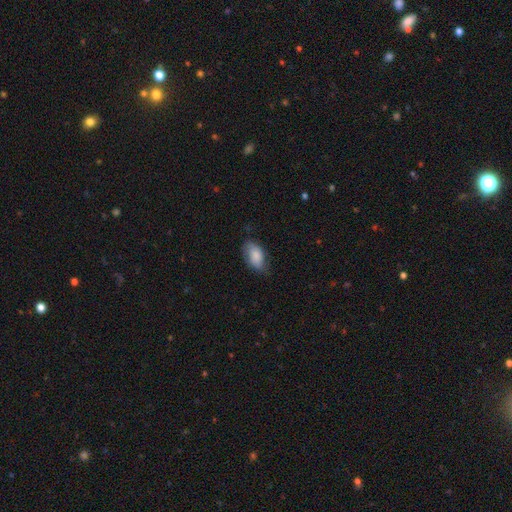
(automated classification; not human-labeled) Smooth or featured? smooth (79%)
How rounded? in between (93%)
Merging? none (64%)